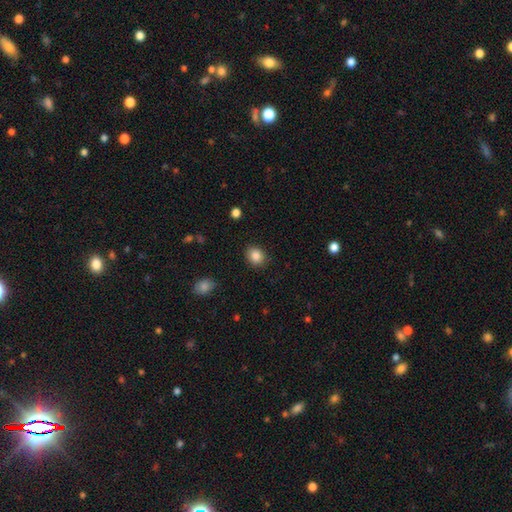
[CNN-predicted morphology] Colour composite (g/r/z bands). It shows a smooth galaxy with no disk features (86%) that is round (60%). Merging: none (87%).